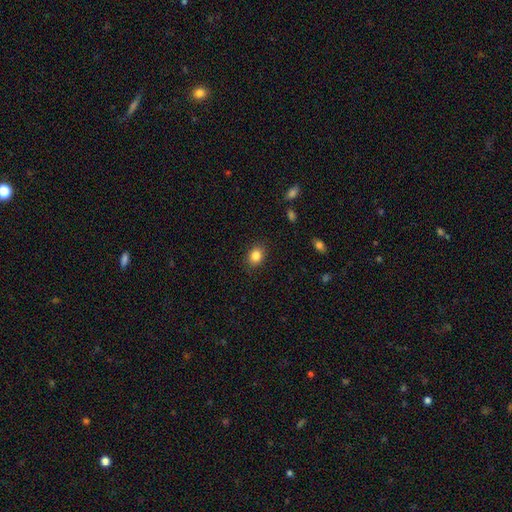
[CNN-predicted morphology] Smooth or featured: smooth — 84% (star or artifact — 10%)
How rounded: in between — 57% (round — 42%)
Merging: none — 87% (minor disturbance — 9%)